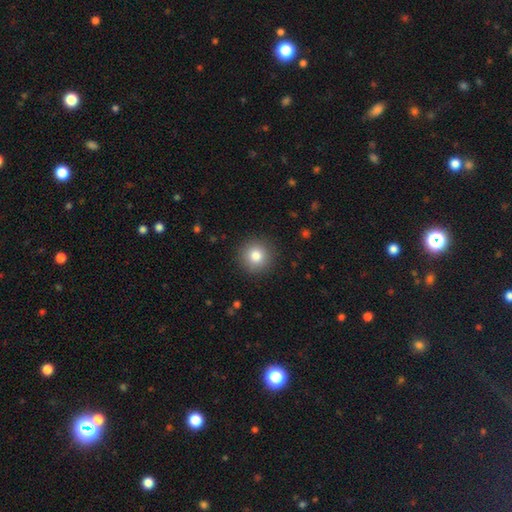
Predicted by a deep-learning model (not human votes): Q: Smooth or featured?
A: smooth (81%); runner-up: star or artifact (11%)
Q: How rounded?
A: round (95%); runner-up: in between (4%)
Q: Merging?
A: none (91%); runner-up: minor disturbance (6%)